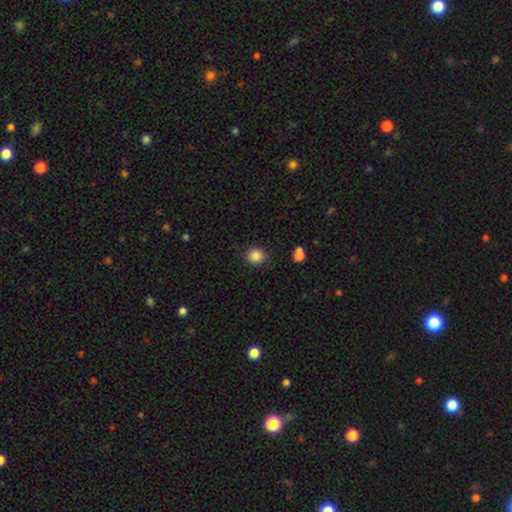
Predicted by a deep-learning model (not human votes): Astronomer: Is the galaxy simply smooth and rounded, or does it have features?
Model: smooth — 86%.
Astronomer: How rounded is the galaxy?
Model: round — 86%.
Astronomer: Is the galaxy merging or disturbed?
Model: none — 88%.